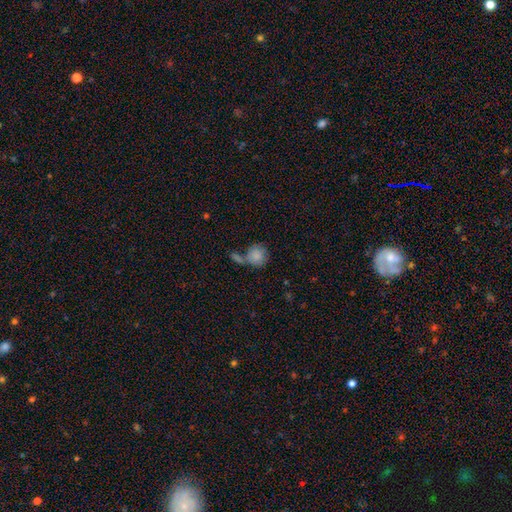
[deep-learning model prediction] Q: Smooth or featured?
A: smooth (82%); runner-up: featured or disk (11%)
Q: How rounded?
A: round (83%); runner-up: in between (15%)
Q: Merging?
A: none (43%); runner-up: merger (34%)